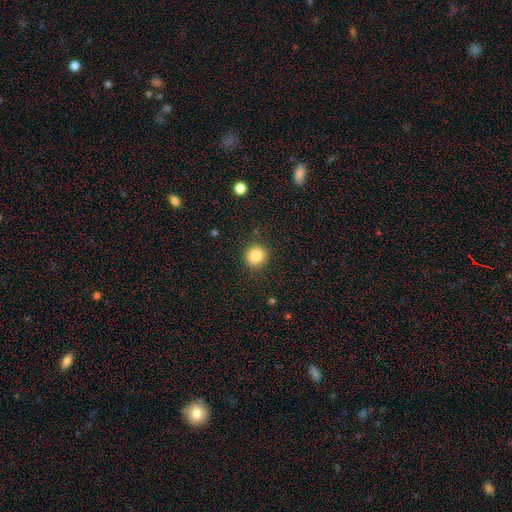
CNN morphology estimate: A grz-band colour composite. It shows a smooth galaxy with no disk features (85%) that is round (91%). Merging: none (90%).